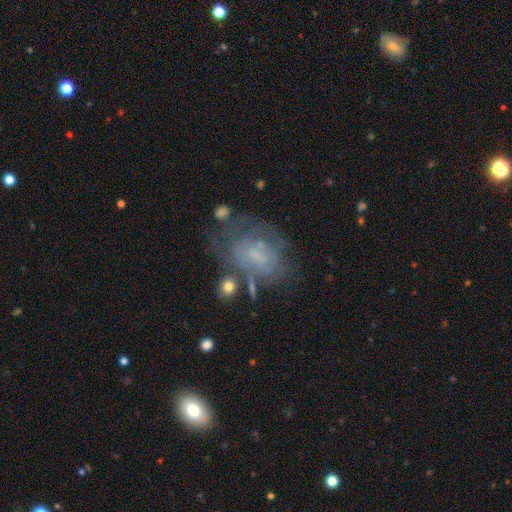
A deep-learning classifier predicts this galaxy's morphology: Smooth or featured: featured or disk — 59% (smooth — 27%)
Edge-on disk: no — 96% (yes — 4%)
Bar: no — 63% (weak — 30%)
Spiral arms: yes — 51% (no — 49%)
Bulge size: small — 39% (none — 37%)
Merging: none — 46% (minor disturbance — 23%)